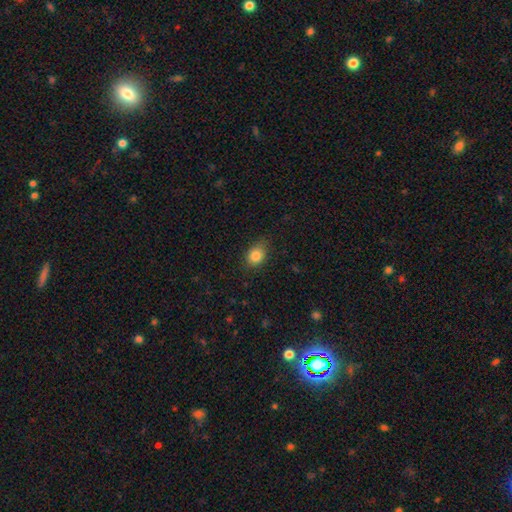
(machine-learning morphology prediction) smooth_or_featured: smooth (p=0.84) [alt: star or artifact p=0.10]
how_rounded: in between (p=0.56) [alt: round p=0.42]
merging: none (p=0.74) [alt: minor disturbance p=0.21]